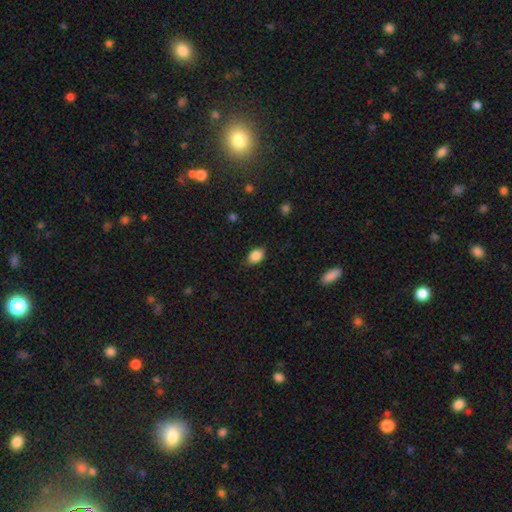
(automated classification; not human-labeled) smooth-or-featured: smooth: 87% | star or artifact: 8% | featured or disk: 5%
  how-rounded: in between: 82% | round: 16% | cigar-shaped: 1%
  merging: none: 82% | minor disturbance: 14% | major disturbance: 3% | merger: 1%